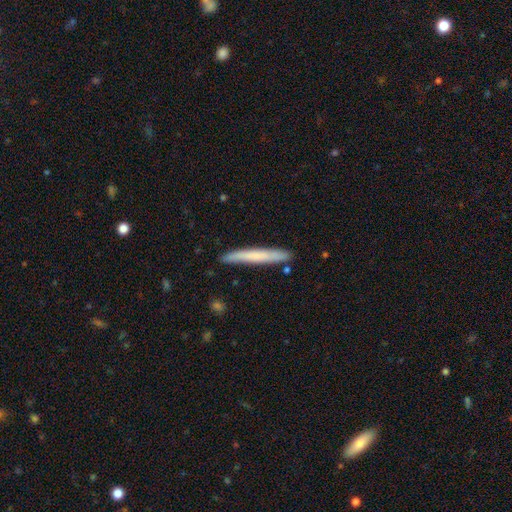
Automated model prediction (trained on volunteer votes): Smooth or featured? smooth (67%)
How rounded? cigar-shaped (97%)
Merging? none (87%)